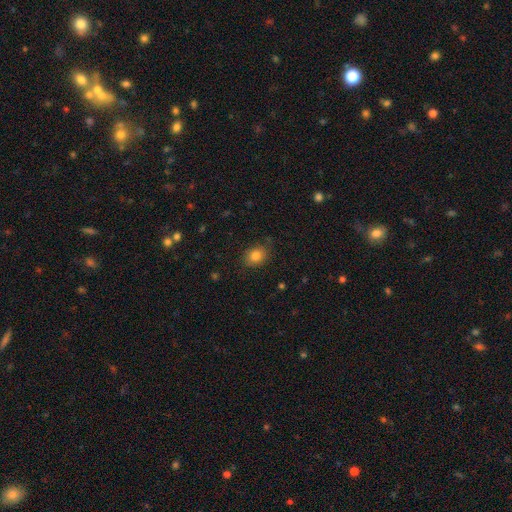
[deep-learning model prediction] This is clearly a smooth galaxy (83%). How rounded: possibly in between (51%). Merging: clearly none (80%).